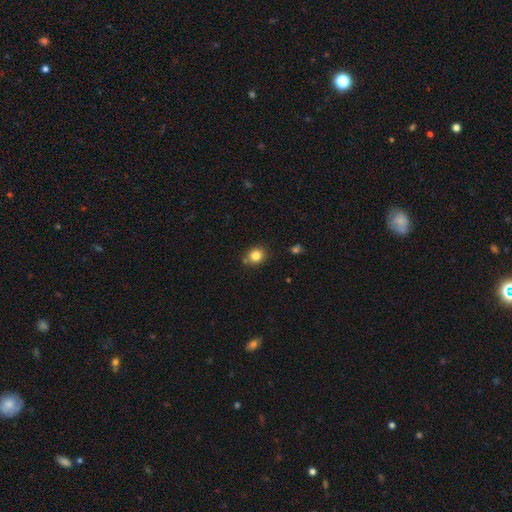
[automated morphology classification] Smooth or featured? Predicted: smooth (p=0.83). How rounded? Predicted: round (p=0.75). Merging? Predicted: none (p=0.80).